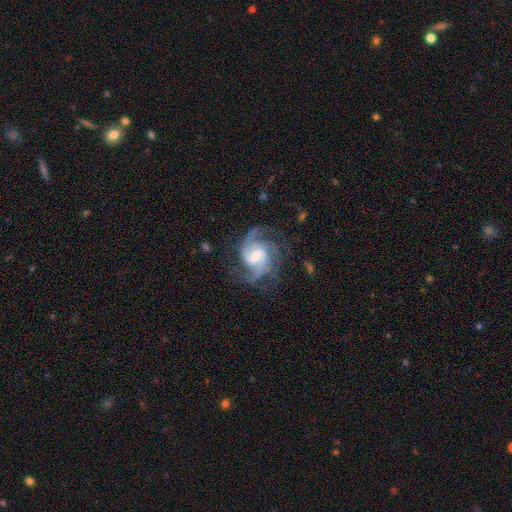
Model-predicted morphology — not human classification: smooth_or_featured: featured or disk (p=0.91) [alt: star or artifact p=0.05]
disk_edge_on: no (p=0.98) [alt: yes p=0.02]
bar: weak (p=0.53) [alt: no p=0.29]
has_spiral_arms: yes (p=0.98) [alt: no p=0.02]
spiral_winding: medium (p=0.54) [alt: tight p=0.30]
spiral_arm_count: 3 (p=0.41) [alt: 2 p=0.30]
bulge_size: moderate (p=0.47) [alt: small p=0.44]
merging: none (p=0.67) [alt: minor disturbance p=0.18]